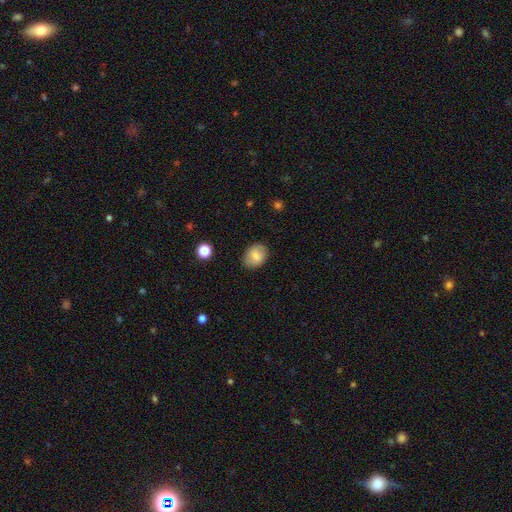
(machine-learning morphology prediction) Smooth or featured? smooth (80%)
How rounded? in between (59%)
Merging? none (82%)